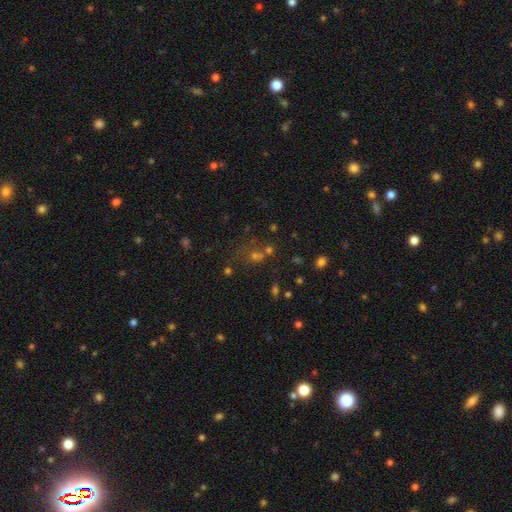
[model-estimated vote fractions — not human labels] Smooth or featured? Predicted: smooth (p=0.44). Merging? Predicted: none (p=0.55).